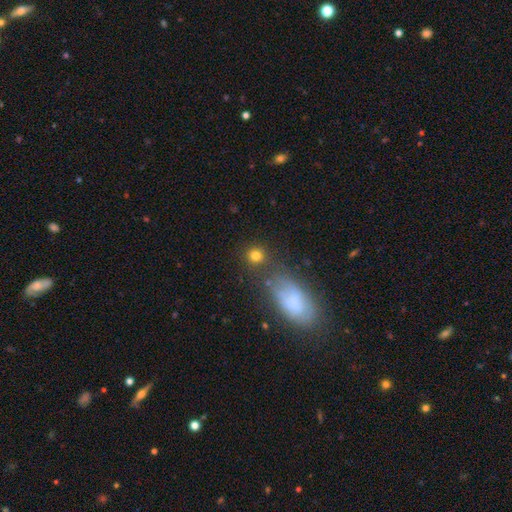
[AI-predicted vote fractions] Smooth or featured? Predicted: smooth (p=0.79). How rounded? Predicted: round (p=0.88). Merging? Predicted: none (p=0.74).